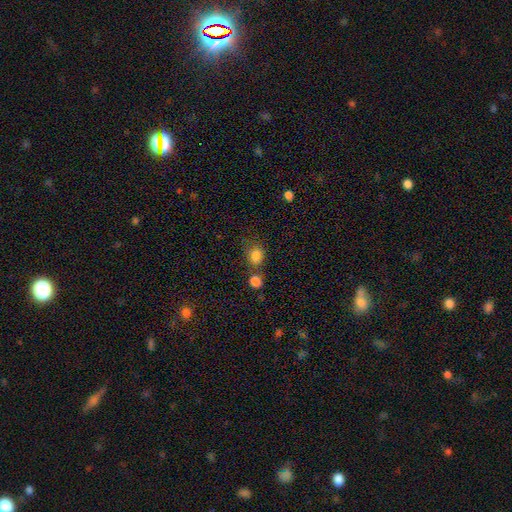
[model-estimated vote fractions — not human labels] Smooth or featured? smooth (81%)
How rounded? round (54%)
Merging? none (54%)